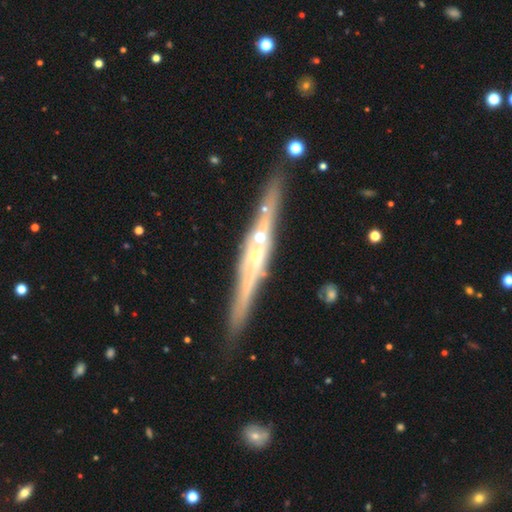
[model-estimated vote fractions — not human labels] Smooth or featured? featured or disk (78%)
Edge-on disk? yes (95%)
Edge-on bulge? rounded (68%)
Merging? none (81%)